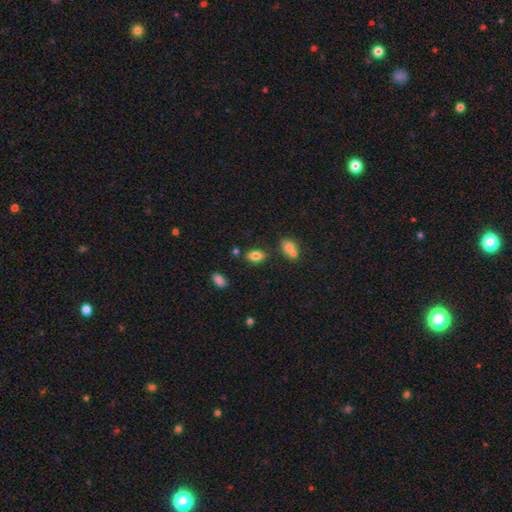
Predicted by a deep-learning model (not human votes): Smooth or featured? smooth (79%)
How rounded? in between (88%)
Merging? none (74%)